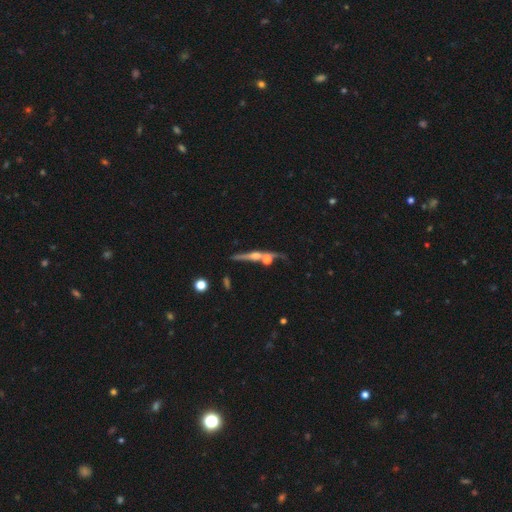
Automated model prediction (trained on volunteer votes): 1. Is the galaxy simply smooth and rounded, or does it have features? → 71% featured or disk, 20% smooth, 9% star or artifact.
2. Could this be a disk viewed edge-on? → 89% yes, 11% no.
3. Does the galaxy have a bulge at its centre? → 85% rounded, 9% none, 7% boxy.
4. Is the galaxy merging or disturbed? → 54% none, 26% merger, 13% minor disturbance, 7% major disturbance.